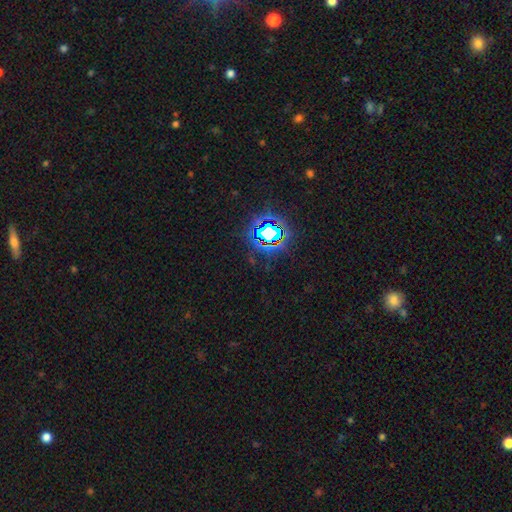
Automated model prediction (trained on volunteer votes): A star or artifact, not a galaxy (76%).